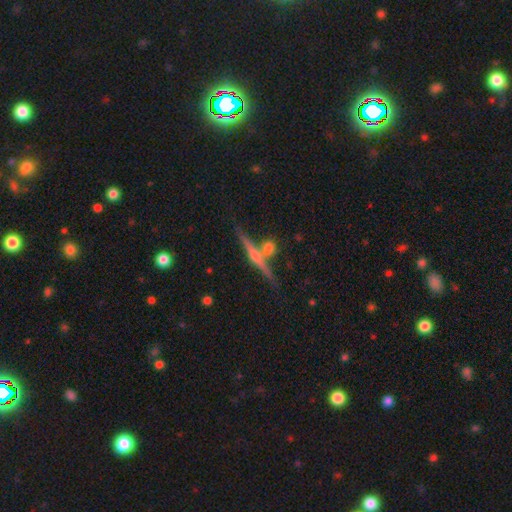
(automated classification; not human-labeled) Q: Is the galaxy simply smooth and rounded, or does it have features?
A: featured or disk — 75%.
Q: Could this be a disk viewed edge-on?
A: yes — 97%.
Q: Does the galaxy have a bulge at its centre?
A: rounded — 80%.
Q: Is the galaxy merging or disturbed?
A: none — 72%.